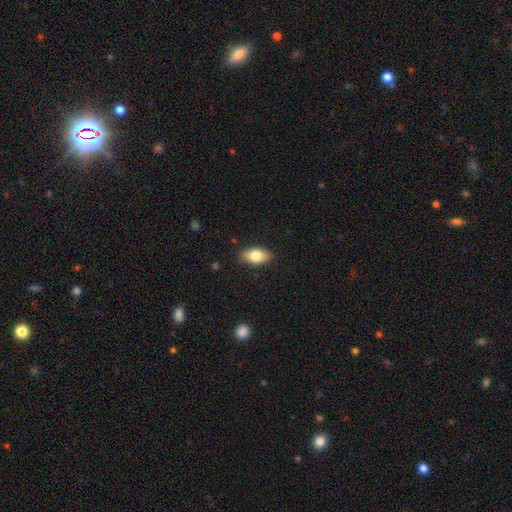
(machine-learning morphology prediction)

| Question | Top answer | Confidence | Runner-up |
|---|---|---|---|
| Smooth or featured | smooth | 77% | featured or disk (16%) |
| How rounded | in between | 90% | round (6%) |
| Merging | none | 86% | minor disturbance (11%) |